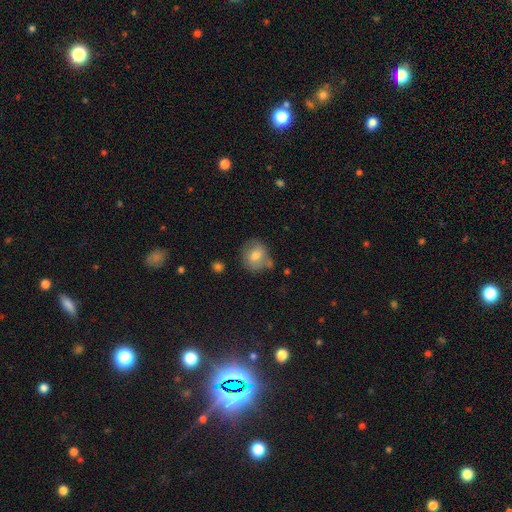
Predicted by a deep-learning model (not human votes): Smooth or featured?
  - smooth: 73% *
  - featured or disk: 18%
  - star or artifact: 9%
How rounded?
  - round: 73% *
  - in between: 26%
  - cigar-shaped: 1%
Merging?
  - none: 62% *
  - minor disturbance: 22%
  - merger: 10%
  - major disturbance: 6%